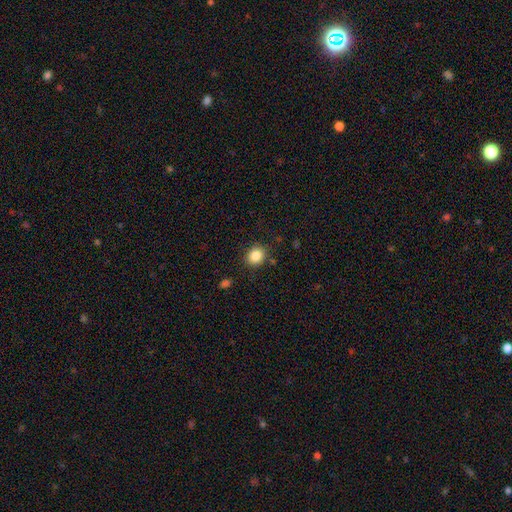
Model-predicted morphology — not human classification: Overall: smooth (85%). How rounded: round (68%; in between 32%). Merging: none (85%).